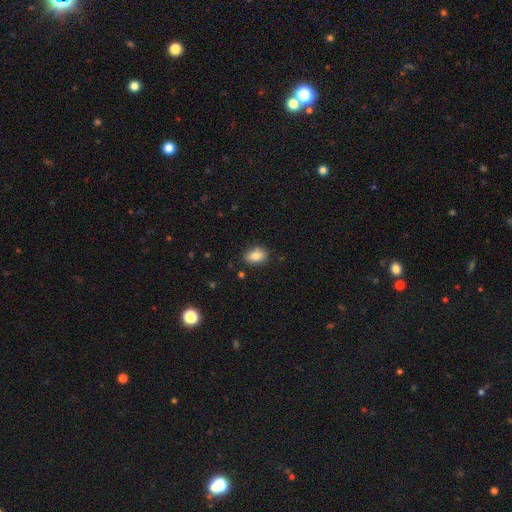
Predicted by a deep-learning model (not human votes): Smooth or featured? smooth (84%)
How rounded? in between (82%)
Merging? none (84%)